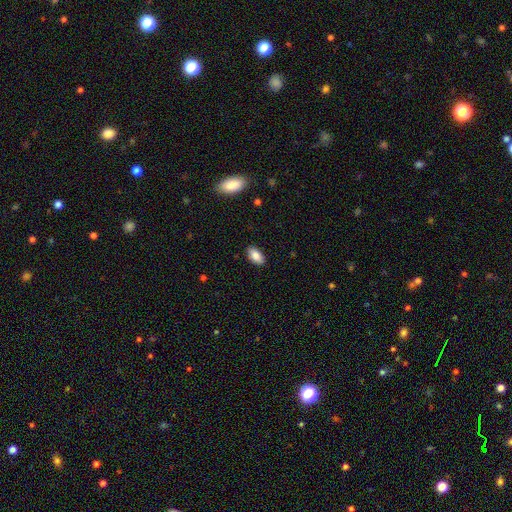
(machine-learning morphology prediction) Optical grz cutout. It shows a smooth galaxy with no disk features (86%) that is in between round and cigar-shaped (92%). Merging: none (88%).